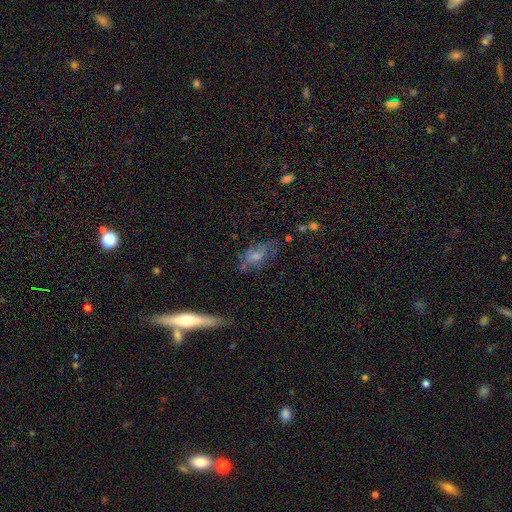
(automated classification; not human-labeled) The model was most divided on "merging": none: 41%, minor disturbance: 27%, major disturbance: 26%, merger: 6%. More confident: how rounded — in between (86%); smooth or featured — smooth (54%).